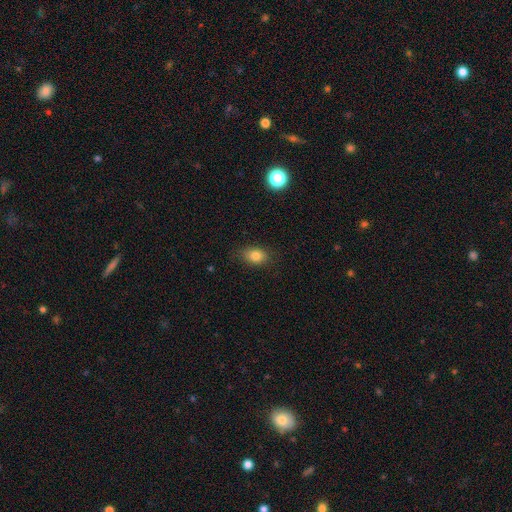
Overall: smooth (82%). How rounded: in between (66%; round 31%). Merging: none (95%).